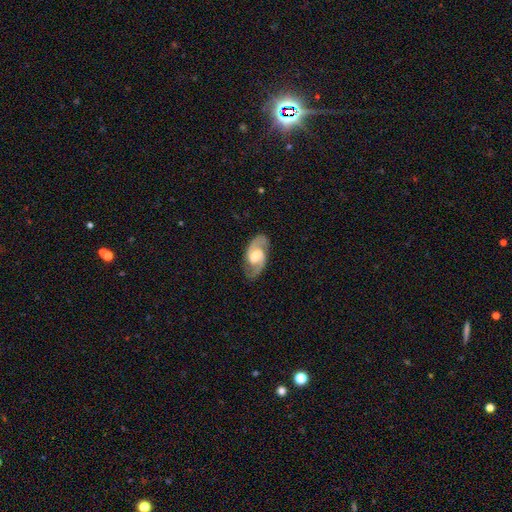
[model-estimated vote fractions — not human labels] A featured or disk galaxy (88%) with a weak bar (54%), 2 (93%) medium (58%) spiral arms (97%) and a moderate central bulge (48%). Merging: none (84%).